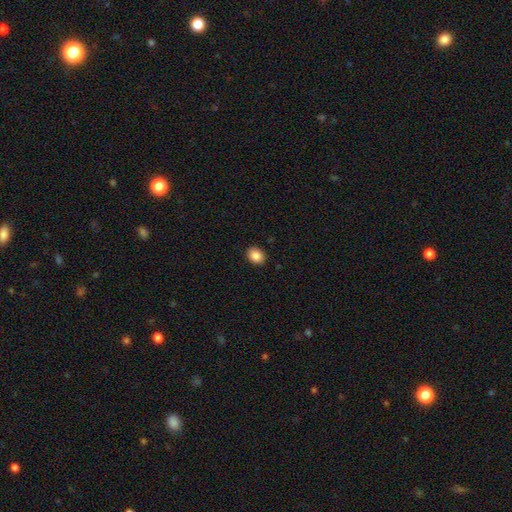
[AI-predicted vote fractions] Q: Smooth or featured?
A: smooth (87%); runner-up: star or artifact (9%)
Q: How rounded?
A: in between (51%); runner-up: round (48%)
Q: Merging?
A: none (91%); runner-up: minor disturbance (7%)